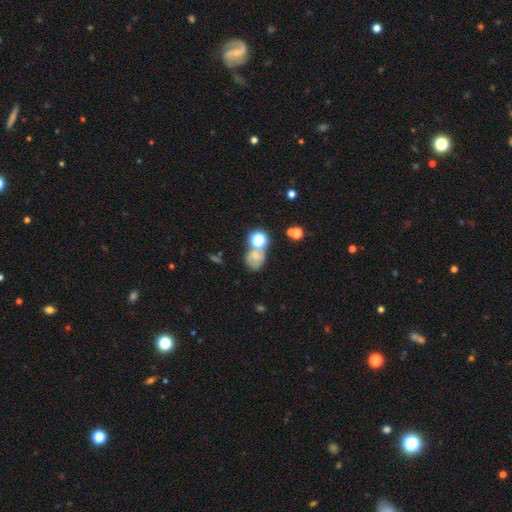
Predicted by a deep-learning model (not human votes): A smooth galaxy with no disk features (50%) that is round (50%). Merging: none (43%).